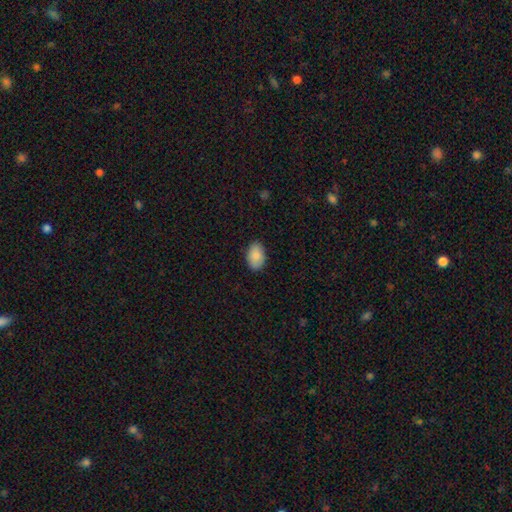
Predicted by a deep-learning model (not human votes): Morphology: type=smooth (87%); roundness=in between (91%); merging=none (87%).